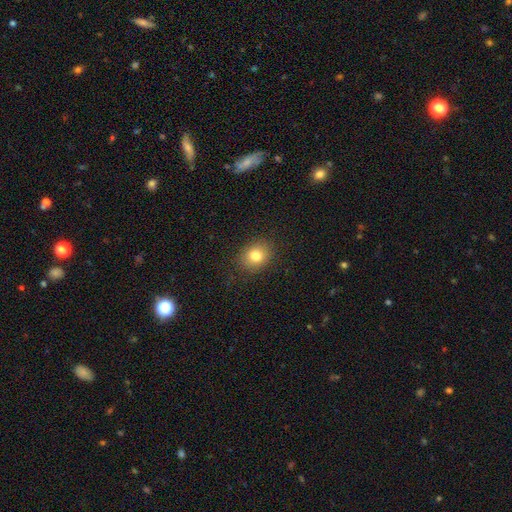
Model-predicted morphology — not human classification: A smooth galaxy with no disk features (80%) that is round (59%).

Vote fractions:
- Smooth or featured? smooth: 80% / star or artifact: 11% / featured or disk: 8%
- How rounded? round: 59% / in between: 40% / cigar-shaped: 1%
- Merging? none: 88% / minor disturbance: 8% / major disturbance: 3% / merger: 1%